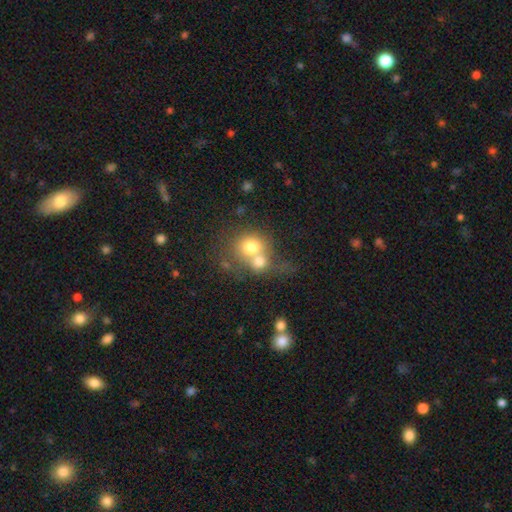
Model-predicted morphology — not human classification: type=smooth (67%); roundness=round (77%); merging=merger (62%).